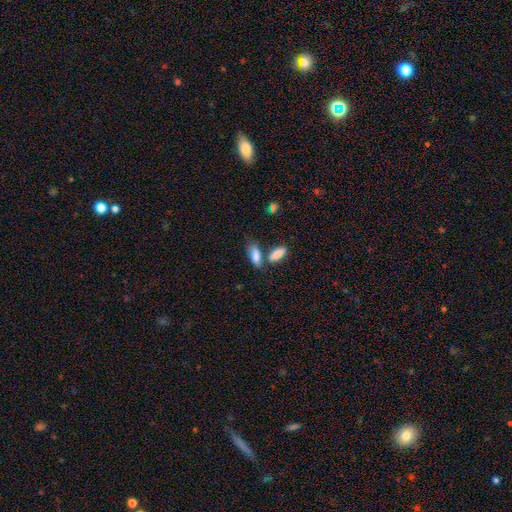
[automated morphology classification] This appears to be a smooth galaxy with no disk features (83%) that is in between round and cigar-shaped (78%). Merging: none (50%).